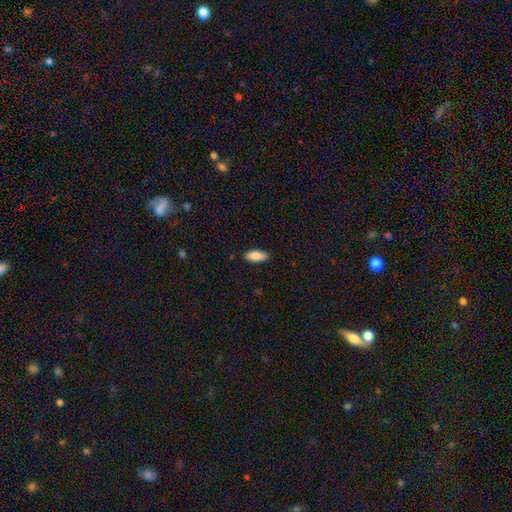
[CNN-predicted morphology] Smooth or featured? Predicted: smooth (p=0.86). How rounded? Predicted: in between (p=0.84). Merging? Predicted: none (p=0.88).